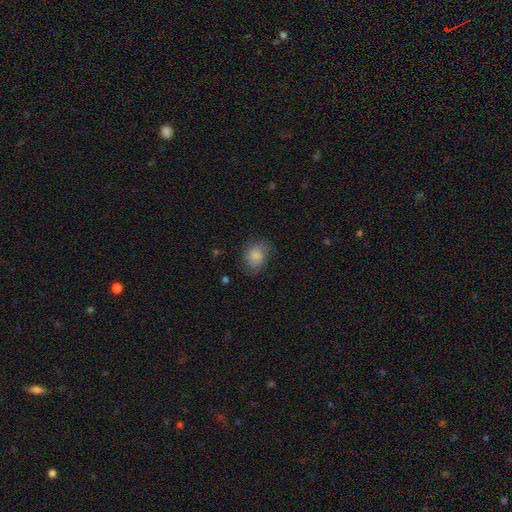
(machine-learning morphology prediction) A smooth galaxy with no disk features (81%) that is in between round and cigar-shaped (51%).

Vote fractions:
- Smooth or featured? smooth: 81% / featured or disk: 12% / star or artifact: 8%
- How rounded? in between: 51% / round: 48% / cigar-shaped: 1%
- Merging? none: 67% / minor disturbance: 24% / major disturbance: 8% / merger: 1%